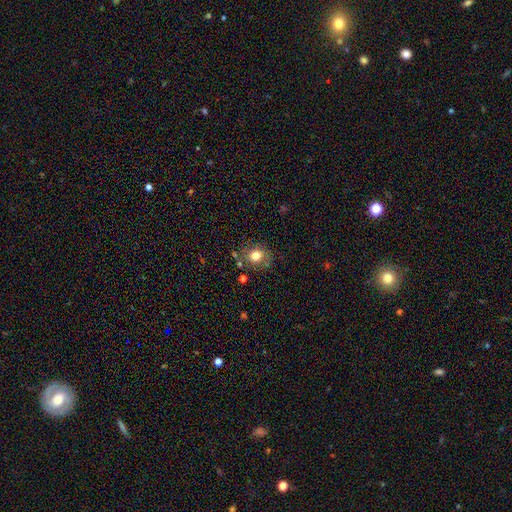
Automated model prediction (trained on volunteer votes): smooth 76%, featured or disk 13%, star or artifact 12%. Down the decision tree: how rounded — round (67%); merging — none (75%).